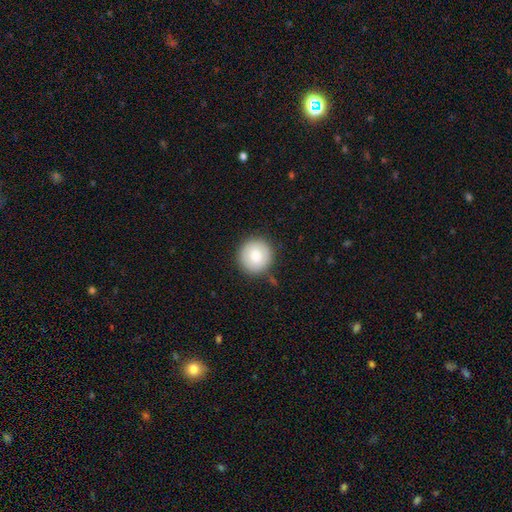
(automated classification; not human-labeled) Morphology: type=smooth (79%); roundness=round (94%); merging=none (87%).